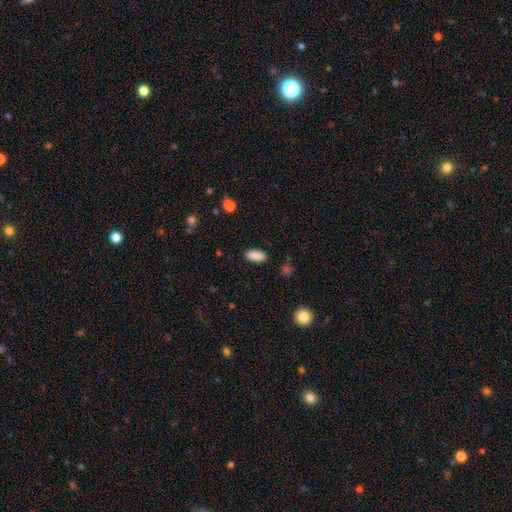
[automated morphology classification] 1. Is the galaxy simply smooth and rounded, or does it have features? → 89% smooth, 8% star or artifact, 3% featured or disk.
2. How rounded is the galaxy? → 88% in between, 9% cigar-shaped, 3% round.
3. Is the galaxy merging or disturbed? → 88% none, 8% minor disturbance, 2% major disturbance, 1% merger.